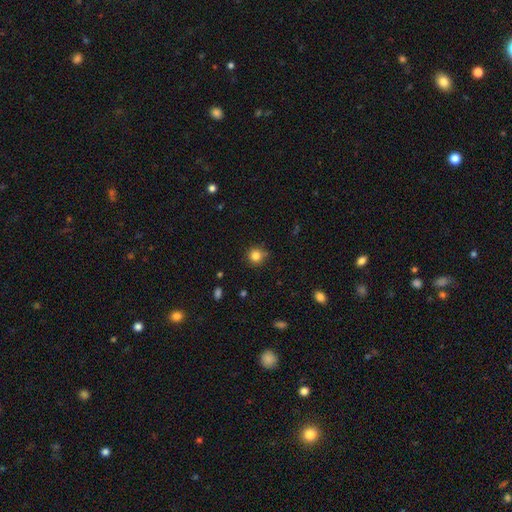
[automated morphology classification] smooth_or_featured: smooth (p=0.83) [alt: star or artifact p=0.12]
how_rounded: round (p=0.92) [alt: in between p=0.07]
merging: none (p=0.80) [alt: minor disturbance p=0.15]